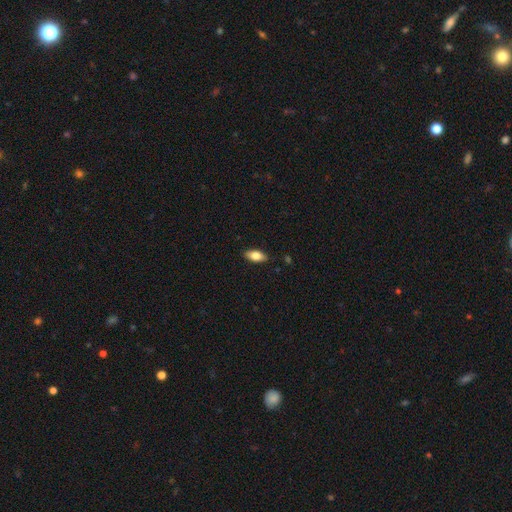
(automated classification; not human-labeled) Smooth or featured? Predicted: smooth (p=0.77). How rounded? Predicted: in between (p=0.88). Merging? Predicted: none (p=0.87).